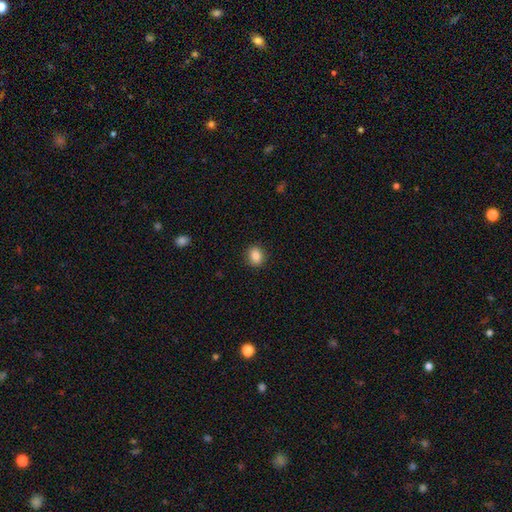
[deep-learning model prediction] The model was most divided on "how rounded": round: 69%, in between: 30%, cigar-shaped: 1%. More confident: merging — none (90%); smooth or featured — smooth (85%).